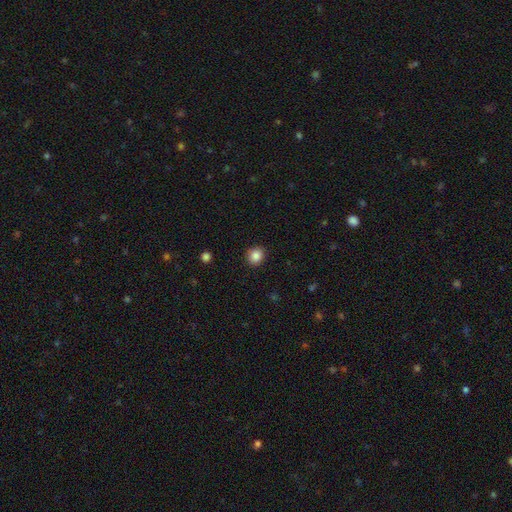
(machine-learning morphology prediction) Smooth or featured? Predicted: smooth (p=0.86). How rounded? Predicted: round (p=0.87). Merging? Predicted: none (p=0.91).